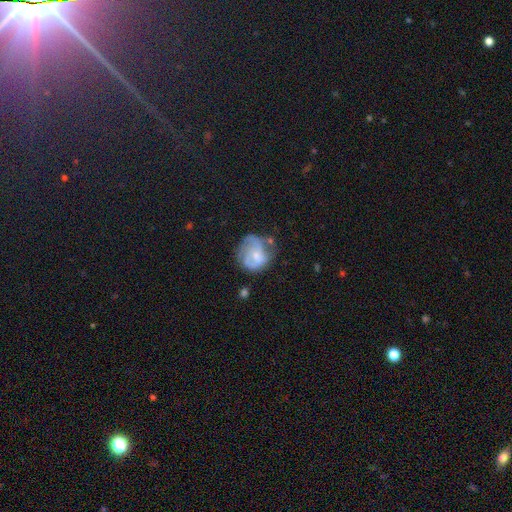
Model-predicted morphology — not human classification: The model was most divided on "merging": none: 37%, major disturbance: 29%, minor disturbance: 28%, merger: 6%. Remaining: edge-on disk — no (98%); bar — no (63%); spiral arms — yes (62%); smooth or featured — featured or disk (56%); bulge size — small (45%).